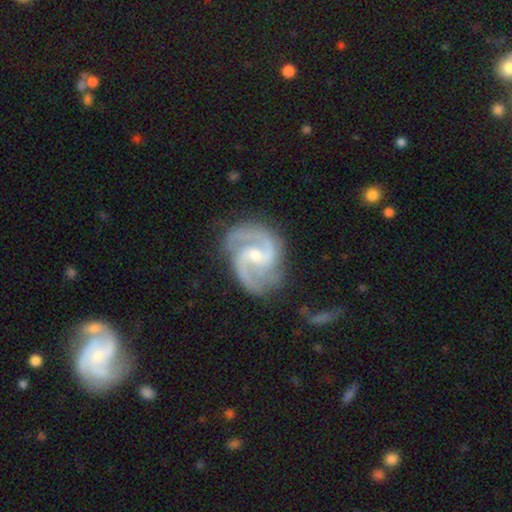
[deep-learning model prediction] Q: Smooth or featured?
A: featured or disk (93%); runner-up: star or artifact (4%)
Q: Edge-on disk?
A: no (98%); runner-up: yes (2%)
Q: Bar?
A: weak (49%); runner-up: no (37%)
Q: Spiral arms?
A: yes (98%); runner-up: no (2%)
Q: Spiral winding?
A: medium (63%); runner-up: tight (23%)
Q: Spiral arm count?
A: 2 (82%); runner-up: 3 (11%)
Q: Bulge size?
A: small (57%); runner-up: moderate (39%)
Q: Merging?
A: none (74%); runner-up: minor disturbance (18%)